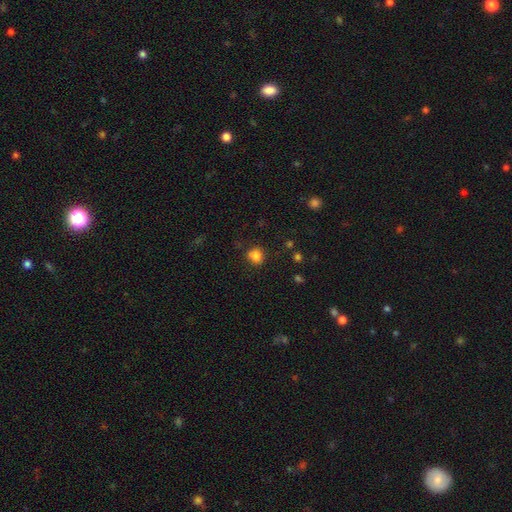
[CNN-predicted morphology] Overall: smooth (82%). How rounded: round (78%). Merging: none (76%).